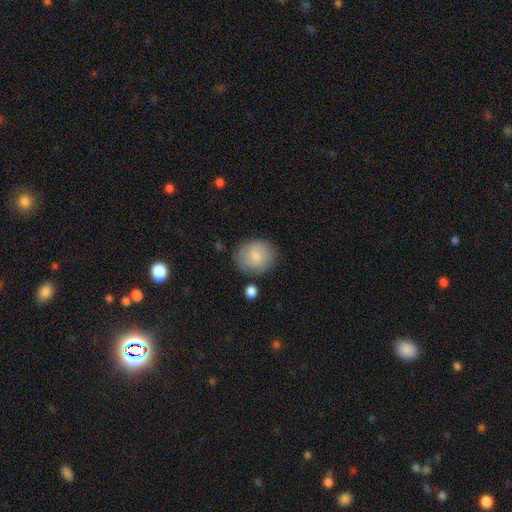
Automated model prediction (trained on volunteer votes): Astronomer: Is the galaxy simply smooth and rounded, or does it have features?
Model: smooth — 75%.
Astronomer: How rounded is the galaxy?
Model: round — 76%.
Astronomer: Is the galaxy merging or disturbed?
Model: none — 73%.